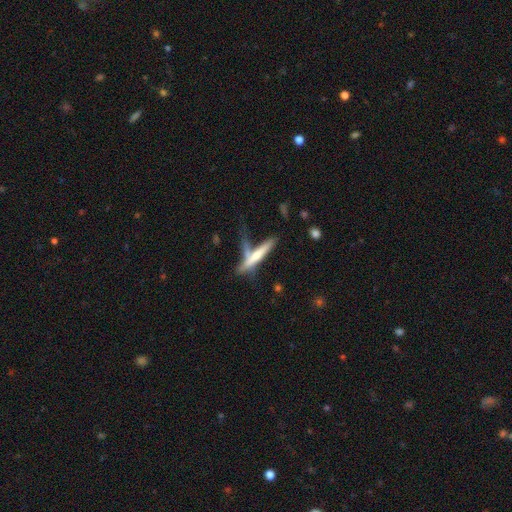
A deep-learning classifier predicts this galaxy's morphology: Smooth or featured?
  - smooth: 48% *
  - featured or disk: 45%
  - star or artifact: 7%
Merging?
  - none: 46% *
  - merger: 25%
  - minor disturbance: 18%
  - major disturbance: 11%